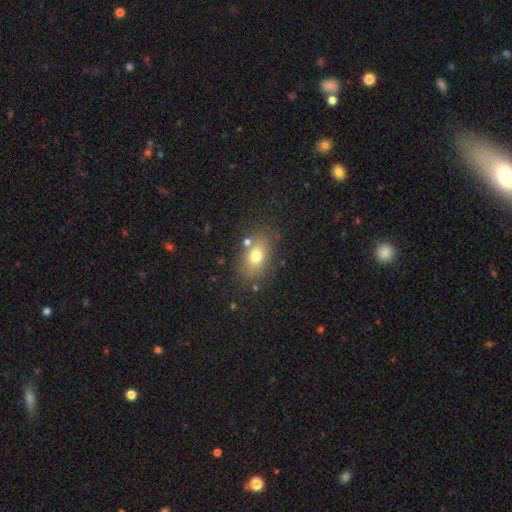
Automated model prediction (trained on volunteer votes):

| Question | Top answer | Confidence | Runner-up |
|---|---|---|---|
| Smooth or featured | smooth | 73% | featured or disk (15%) |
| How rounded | in between | 79% | round (19%) |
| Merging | none | 76% | minor disturbance (13%) |